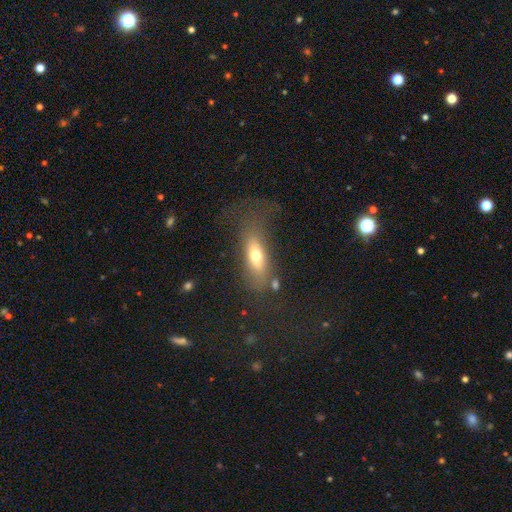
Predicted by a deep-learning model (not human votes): smooth_or_featured: smooth (p=0.62) [alt: featured or disk p=0.28]
how_rounded: in between (p=0.63) [alt: cigar-shaped p=0.31]
merging: none (p=0.55) [alt: major disturbance p=0.22]